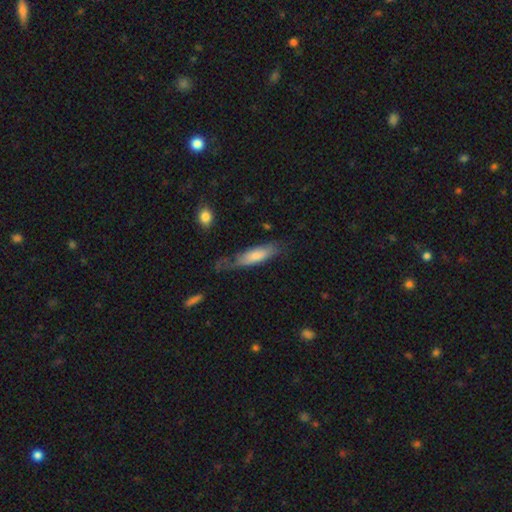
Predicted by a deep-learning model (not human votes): Smooth or featured: smooth — 69% (featured or disk — 26%)
How rounded: cigar-shaped — 51% (in between — 47%)
Merging: none — 45% (minor disturbance — 31%)